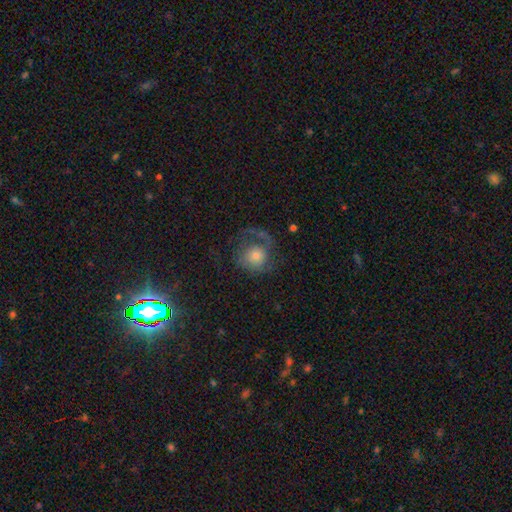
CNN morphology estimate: The model was most divided on "smooth or featured": featured or disk: 50%, smooth: 39%, star or artifact: 11%. Remaining: edge-on disk — no (97%); merging — none (47%).